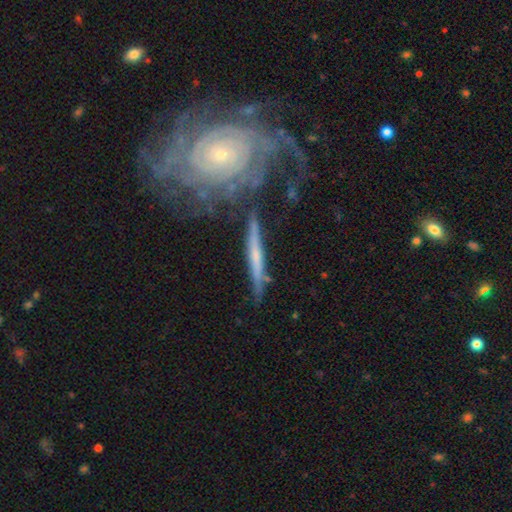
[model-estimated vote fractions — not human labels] Q: Smooth or featured?
A: featured or disk (71%); runner-up: smooth (23%)
Q: Edge-on disk?
A: yes (74%); runner-up: no (26%)
Q: Edge-on bulge?
A: none (67%); runner-up: rounded (26%)
Q: Merging?
A: none (70%); runner-up: minor disturbance (16%)